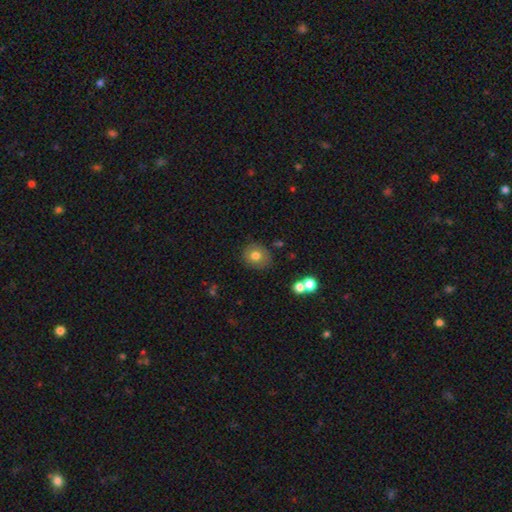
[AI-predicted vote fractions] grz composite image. It shows a smooth galaxy with no disk features (76%) that is round (72%). Merging: none (81%).